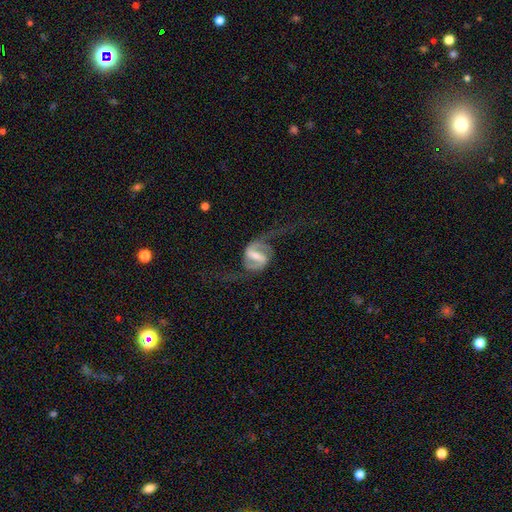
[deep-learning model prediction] Q: Smooth or featured?
A: featured or disk (89%); runner-up: smooth (7%)
Q: Edge-on disk?
A: no (97%); runner-up: yes (3%)
Q: Bar?
A: strong (67%); runner-up: weak (27%)
Q: Spiral arms?
A: yes (94%); runner-up: no (6%)
Q: Spiral winding?
A: loose (56%); runner-up: medium (34%)
Q: Spiral arm count?
A: 2 (93%); runner-up: 1 (3%)
Q: Bulge size?
A: moderate (47%); runner-up: small (36%)
Q: Merging?
A: none (58%); runner-up: major disturbance (26%)